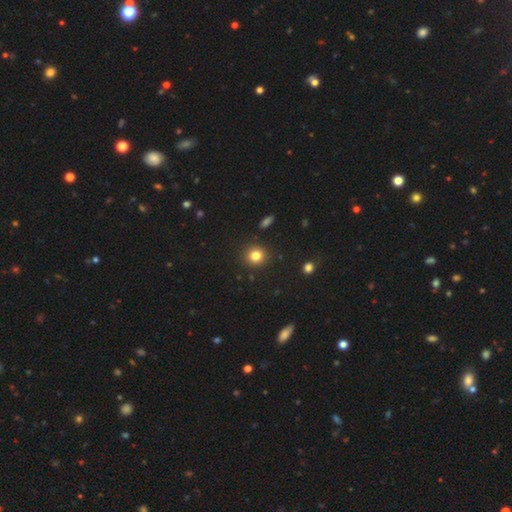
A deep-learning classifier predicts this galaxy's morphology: A smooth galaxy with no disk features (82%) that is round (87%). Merging: none (90%).